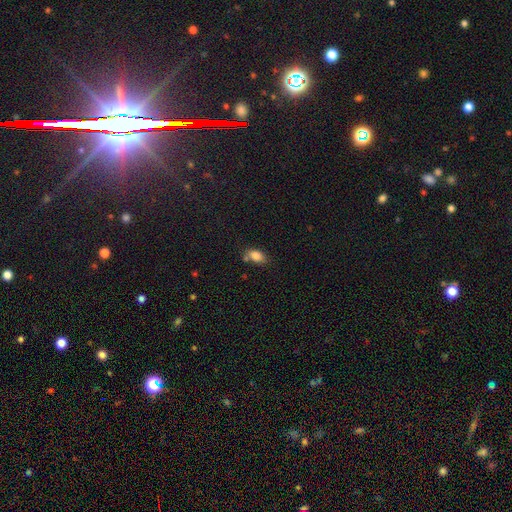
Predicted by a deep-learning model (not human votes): smooth 81%, star or artifact 9%, featured or disk 9%. Down the decision tree: how rounded — in between (86%); merging — none (61%).